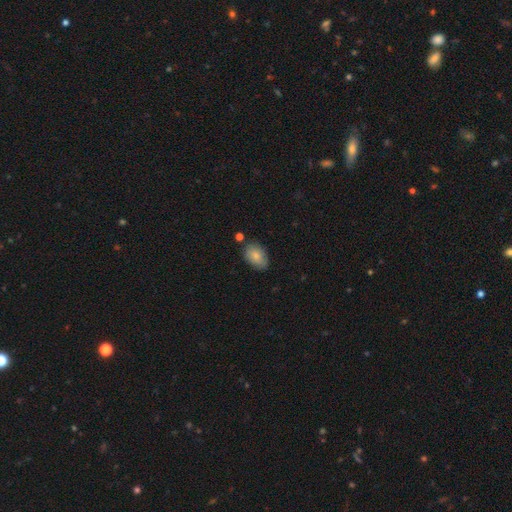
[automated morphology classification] The model was most divided on "merging": none: 75%, minor disturbance: 18%, merger: 4%, major disturbance: 4%. More confident: how rounded — in between (86%); smooth or featured — smooth (81%).